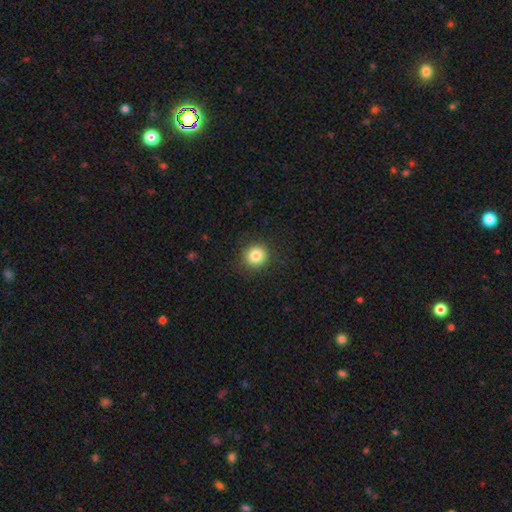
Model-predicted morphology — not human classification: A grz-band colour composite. It shows a smooth galaxy with no disk features (84%) that is round (91%). Merging: none (89%).